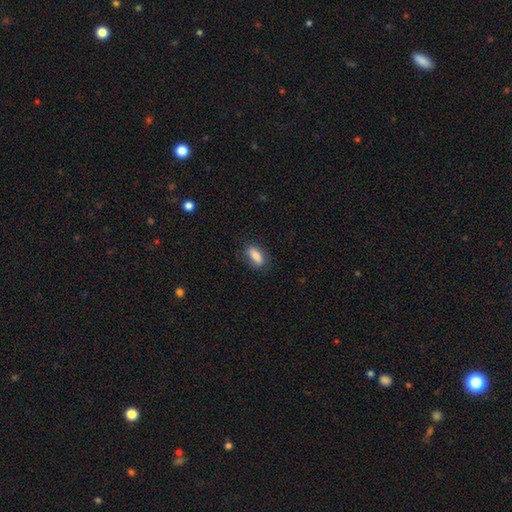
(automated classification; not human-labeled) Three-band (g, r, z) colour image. It shows a smooth galaxy with no disk features (82%) that is in between round and cigar-shaped (77%). Merging: none (82%).